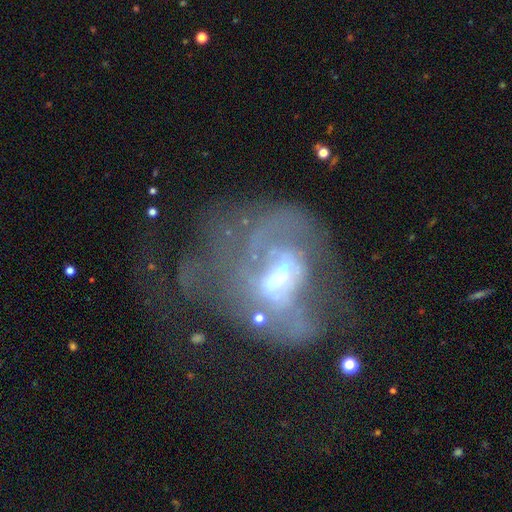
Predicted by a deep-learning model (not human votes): The model was most divided on "bar": weak: 43%, no: 33%, strong: 24%. Remaining: edge-on disk — no (95%); smooth or featured — featured or disk (73%); spiral arms — yes (59%); bulge size — moderate (56%); merging — major disturbance (46%).